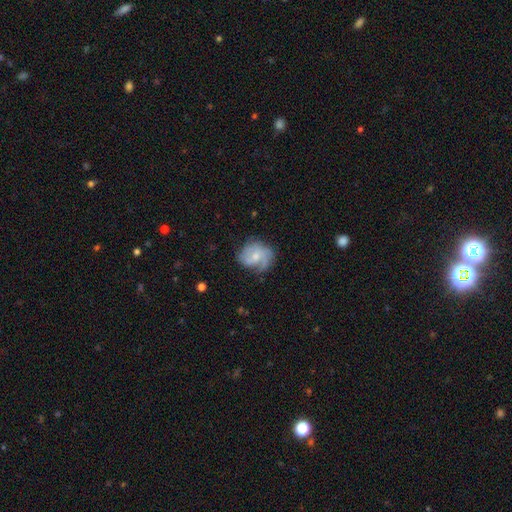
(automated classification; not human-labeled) A featured or disk galaxy (61%) with no bar (56%), 2 (36%) medium (43%) spiral arms (86%) and a small central bulge (47%).

Vote fractions:
- Smooth or featured? featured or disk: 61% / smooth: 32% / star or artifact: 7%
- Edge-on disk? no: 97% / yes: 3%
- Bar? no: 56% / weak: 38% / strong: 6%
- Spiral arms? yes: 86% / no: 14%
- Spiral winding? medium: 43% / tight: 30% / loose: 27%
- Spiral arm count? 2: 36% / can't tell: 23% / 1: 18% / 3: 16% / 4: 3% / more than 4: 3%
- Bulge size? small: 47% / moderate: 43% / none: 7% / large: 3% / dominant: 1%
- Merging? none: 57% / minor disturbance: 26% / major disturbance: 15% / merger: 2%